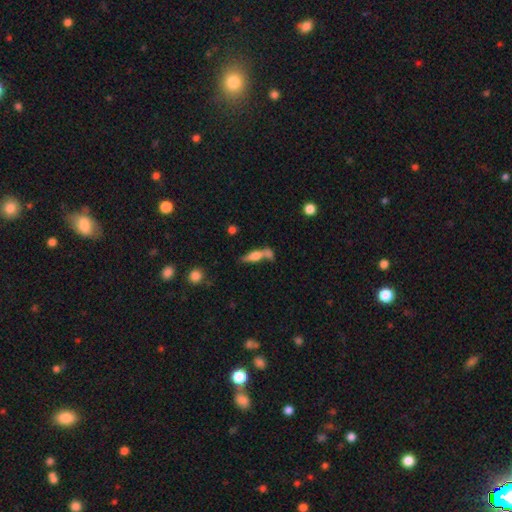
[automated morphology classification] smooth-or-featured: smooth: 57% | featured or disk: 33% | star or artifact: 9%
  how-rounded: cigar-shaped: 50% | in between: 45% | round: 4%
  merging: none: 42% | merger: 41% | minor disturbance: 12% | major disturbance: 6%